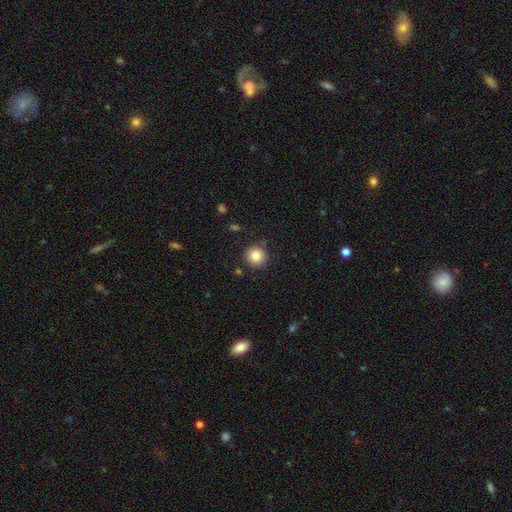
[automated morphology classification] This appears to be a smooth galaxy with no disk features (83%) that is round (95%). Merging: none (89%).